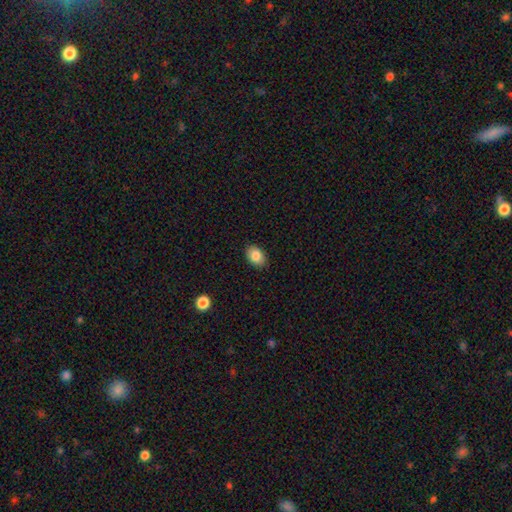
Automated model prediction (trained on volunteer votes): smooth 85%, star or artifact 8%, featured or disk 7%. Down the decision tree: how rounded — in between (80%); merging — none (88%).